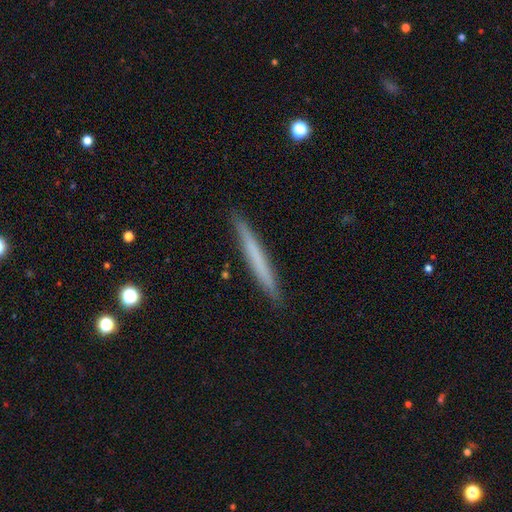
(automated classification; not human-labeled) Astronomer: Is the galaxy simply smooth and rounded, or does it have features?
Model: smooth — 61%.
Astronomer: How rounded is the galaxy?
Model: cigar-shaped — 97%.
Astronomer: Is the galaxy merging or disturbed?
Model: none — 91%.